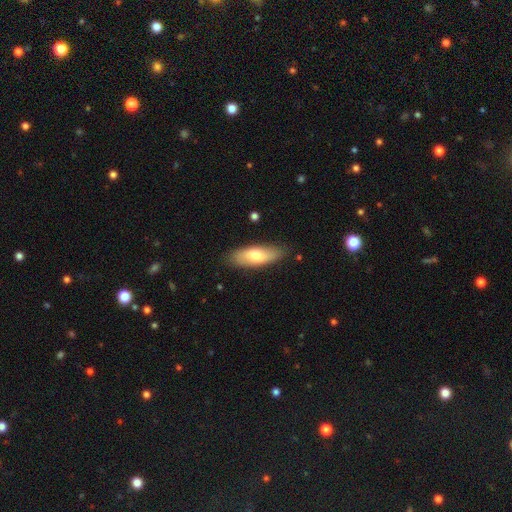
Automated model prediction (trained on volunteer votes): Morphology: type=smooth (68%); roundness=in between (67%); merging=none (83%).